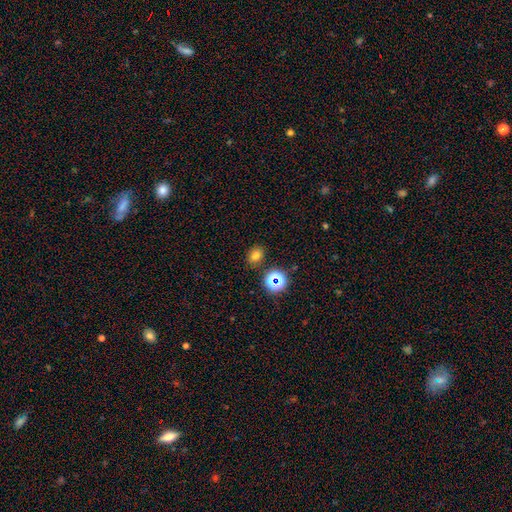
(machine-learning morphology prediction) The model was most divided on "how rounded": in between: 51%, round: 48%, cigar-shaped: 1%. More confident: merging — none (84%); smooth or featured — smooth (72%).